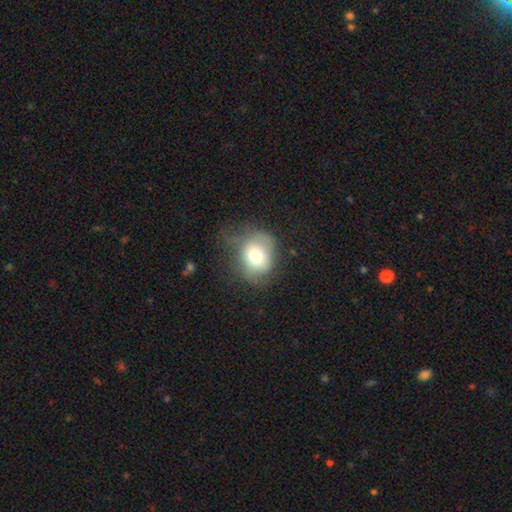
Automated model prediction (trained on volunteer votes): A smooth galaxy with no disk features (69%) that is round (65%). Merging: none (48%).